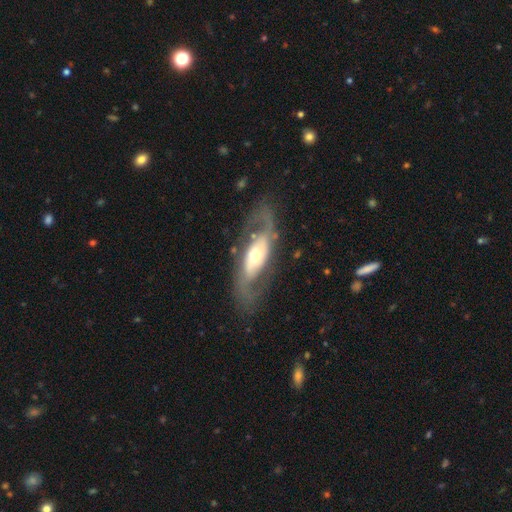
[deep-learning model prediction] Smooth or featured? Predicted: featured or disk (p=0.81). Edge-on disk? Predicted: no (p=0.89). Bar? Predicted: no (p=0.55). Spiral arms? Predicted: yes (p=0.86). Spiral winding? Predicted: loose (p=0.44). Spiral arm count? Predicted: 2 (p=0.89). Bulge size? Predicted: moderate (p=0.53). Merging? Predicted: none (p=0.74).